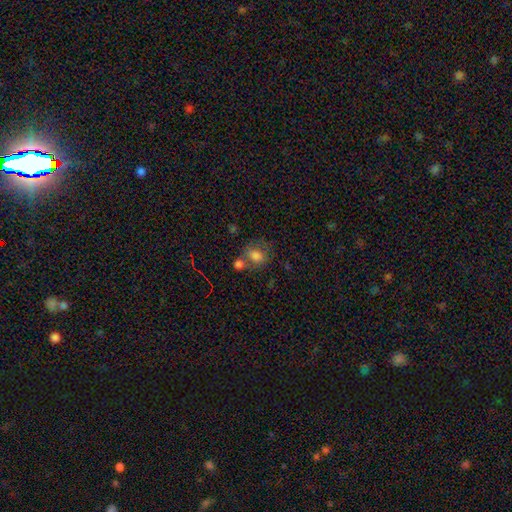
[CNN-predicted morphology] Smooth or featured? Predicted: smooth (p=0.75). How rounded? Predicted: round (p=0.52). Merging? Predicted: none (p=0.41).